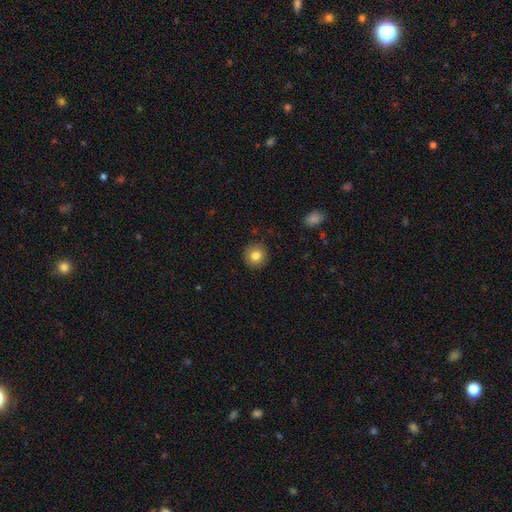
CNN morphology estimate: Smooth or featured? Predicted: smooth (p=0.82). How rounded? Predicted: round (p=0.93). Merging? Predicted: none (p=0.91).